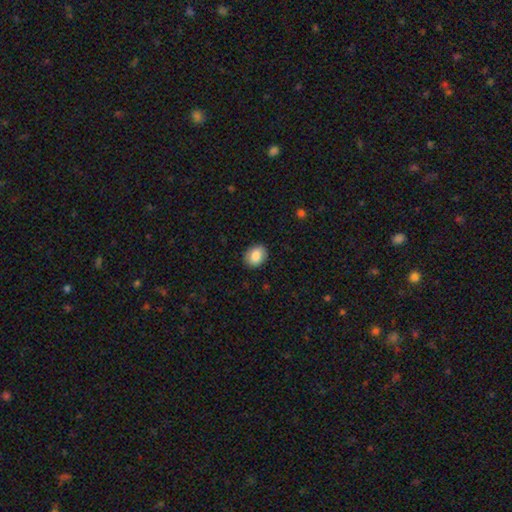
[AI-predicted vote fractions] This appears to be a smooth galaxy with no disk features (85%) that is in between round and cigar-shaped (51%). Merging: none (89%).